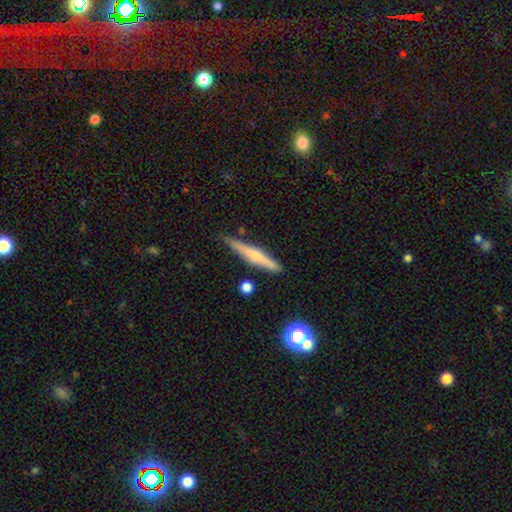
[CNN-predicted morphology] The model was most divided on "smooth or featured": featured or disk: 49%, smooth: 45%, star or artifact: 7%. More confident: merging — none (83%).